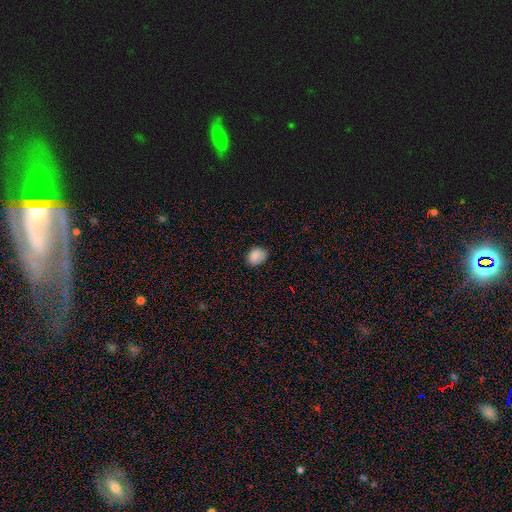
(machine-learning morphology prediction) smooth_or_featured: smooth (p=0.84) [alt: star or artifact p=0.09]
how_rounded: in between (p=0.61) [alt: round p=0.38]
merging: none (p=0.76) [alt: minor disturbance p=0.20]